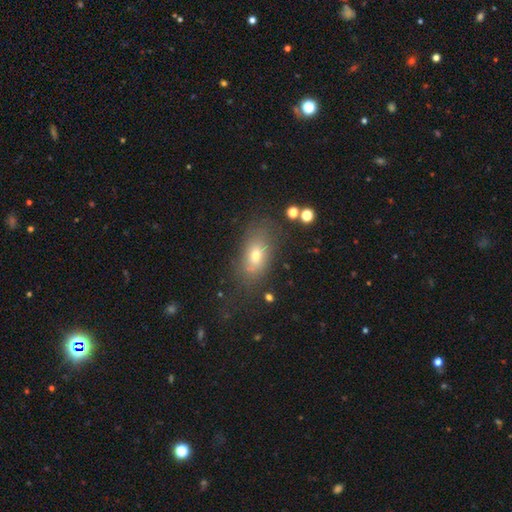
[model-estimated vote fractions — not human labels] Smooth or featured: smooth — 66% (featured or disk — 20%)
How rounded: in between — 81% (round — 15%)
Merging: none — 65% (minor disturbance — 19%)